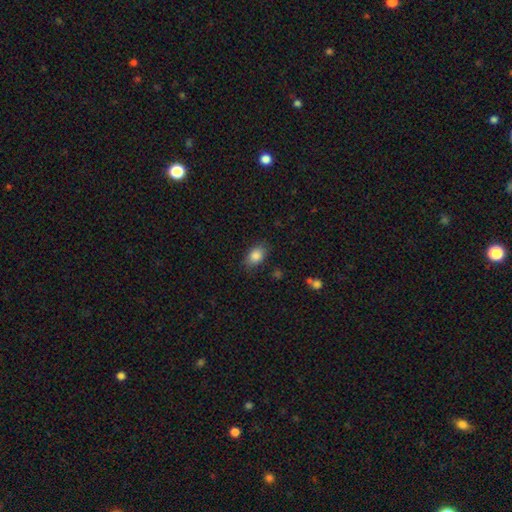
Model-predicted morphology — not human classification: smooth_or_featured: smooth (p=0.86) [alt: star or artifact p=0.08]
how_rounded: in between (p=0.81) [alt: round p=0.17]
merging: none (p=0.82) [alt: minor disturbance p=0.13]